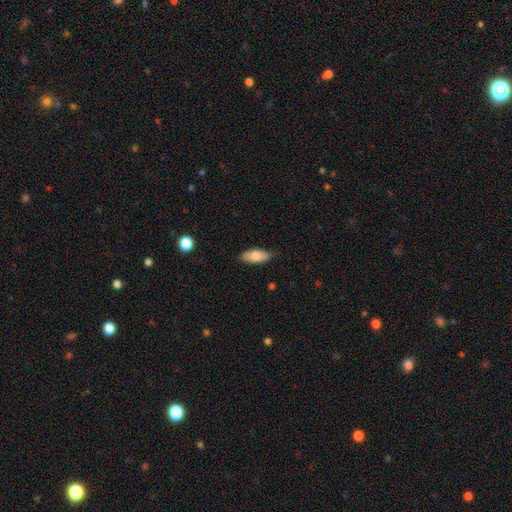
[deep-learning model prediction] The model was most divided on "smooth or featured": smooth: 72%, featured or disk: 22%, star or artifact: 6%. More confident: how rounded — in between (86%); merging — none (80%).